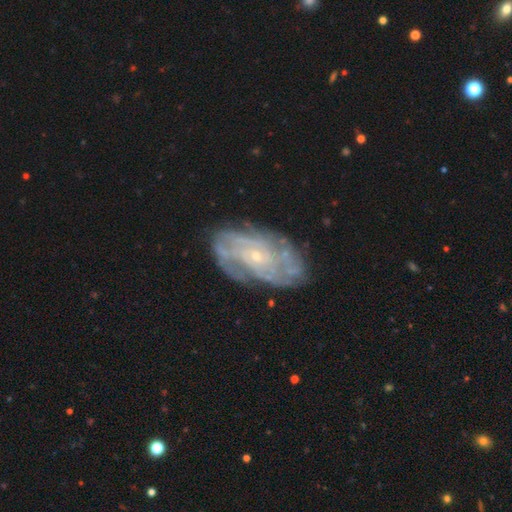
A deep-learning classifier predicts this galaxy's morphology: The model was most divided on "spiral arm count": can't tell: 48%, 4: 14%, more than 4: 11%, 2: 11%, 3: 10%, 1: 6%. More confident: edge-on disk — no (94%); spiral arms — yes (88%); bulge size — small (81%); smooth or featured — featured or disk (79%); merging — none (78%); bar — no (76%); spiral winding — tight (67%).